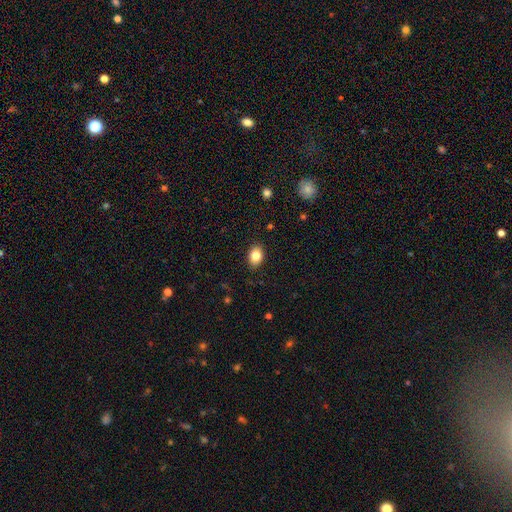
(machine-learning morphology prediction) A smooth galaxy with no disk features (83%) that is in between round and cigar-shaped (79%).

Vote fractions:
- Smooth or featured? smooth: 83% / star or artifact: 9% / featured or disk: 8%
- How rounded? in between: 79% / round: 19% / cigar-shaped: 1%
- Merging? none: 88% / minor disturbance: 9% / major disturbance: 2% / merger: 1%